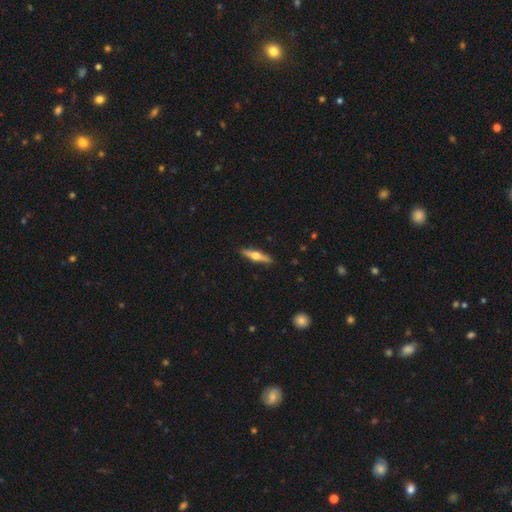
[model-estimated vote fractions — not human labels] A featured or disk galaxy (63%) viewed edge-on (96%) with a rounded central bulge (95%).

Vote fractions:
- Smooth or featured? featured or disk: 63% / smooth: 32% / star or artifact: 5%
- Edge-on disk? yes: 96% / no: 4%
- Edge-on bulge? rounded: 95% / boxy: 3% / none: 2%
- Merging? none: 90% / minor disturbance: 7% / major disturbance: 2% / merger: 1%